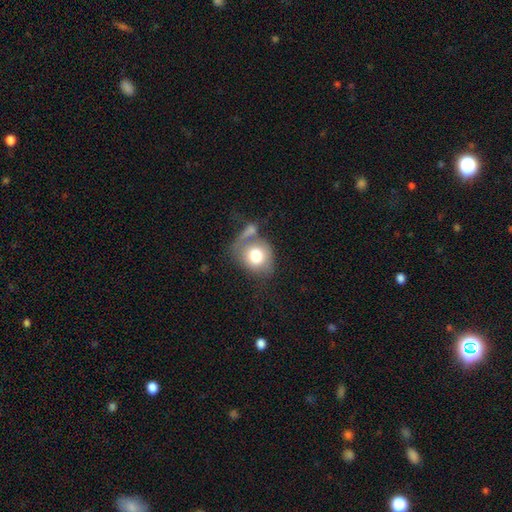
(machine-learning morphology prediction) smooth-or-featured: smooth: 73% | featured or disk: 20% | star or artifact: 8%
  how-rounded: round: 66% | in between: 33% | cigar-shaped: 1%
  merging: none: 36% | merger: 25% | minor disturbance: 20% | major disturbance: 19%